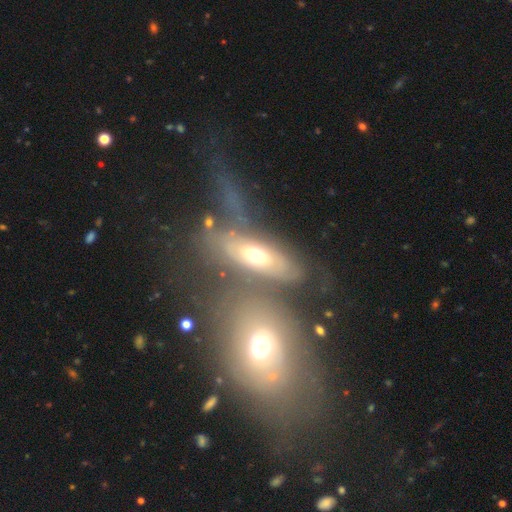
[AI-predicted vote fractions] featured or disk 57%, smooth 33%, star or artifact 10%. Down the decision tree: edge-on disk — no (75%); merging — merger (45%).